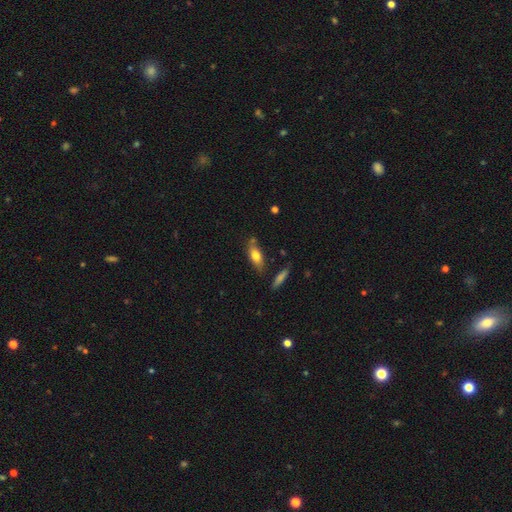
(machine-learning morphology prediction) Smooth or featured: smooth — 71% (featured or disk — 22%)
How rounded: in between — 67% (cigar-shaped — 30%)
Merging: none — 72% (minor disturbance — 16%)